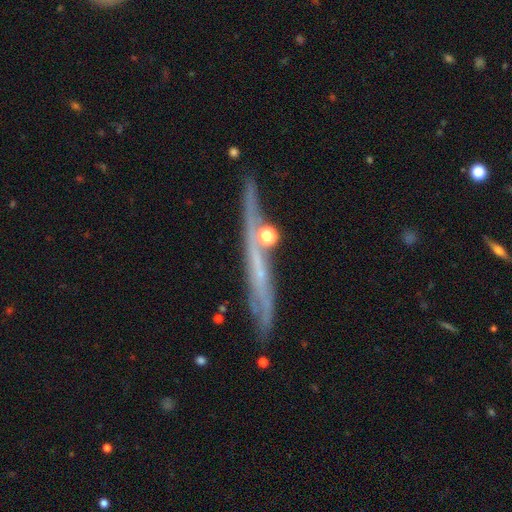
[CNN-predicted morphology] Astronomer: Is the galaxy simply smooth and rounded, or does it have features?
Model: featured or disk — 72%.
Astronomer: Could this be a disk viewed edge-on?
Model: yes — 84%.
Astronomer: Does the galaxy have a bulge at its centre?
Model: none — 64%.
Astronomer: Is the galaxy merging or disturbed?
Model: none — 70%.